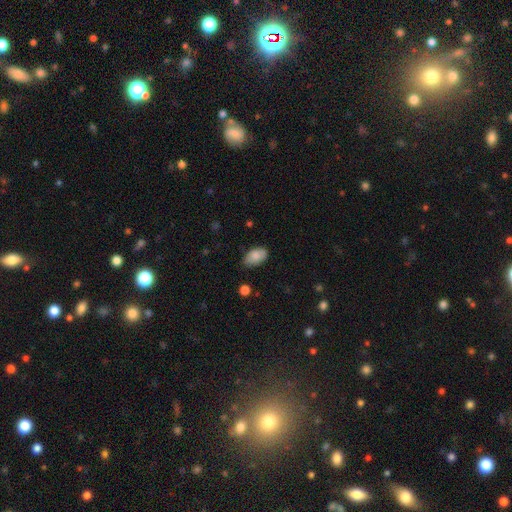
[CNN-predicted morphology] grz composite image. It shows a smooth galaxy with no disk features (84%) that is in between round and cigar-shaped (94%). Merging: none (77%).